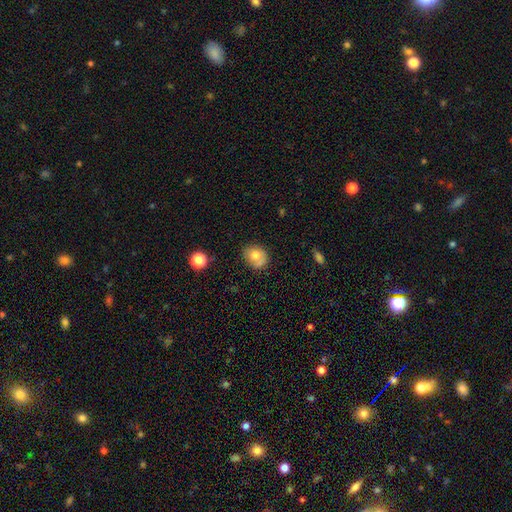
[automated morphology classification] type=smooth (70%); roundness=round (58%); merging=none (60%).